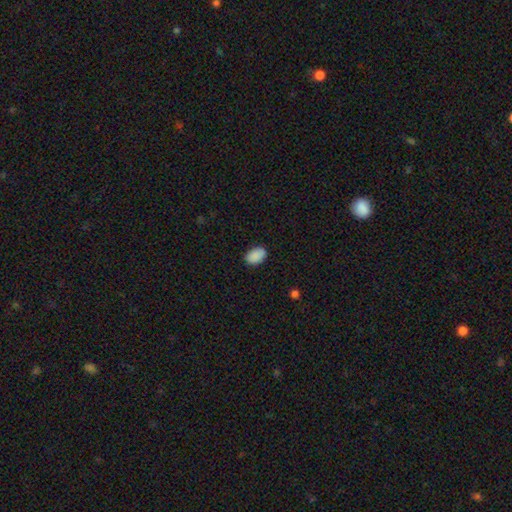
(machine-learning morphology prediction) smooth_or_featured: smooth (p=0.90) [alt: star or artifact p=0.07]
how_rounded: in between (p=0.88) [alt: round p=0.11]
merging: none (p=0.85) [alt: minor disturbance p=0.11]